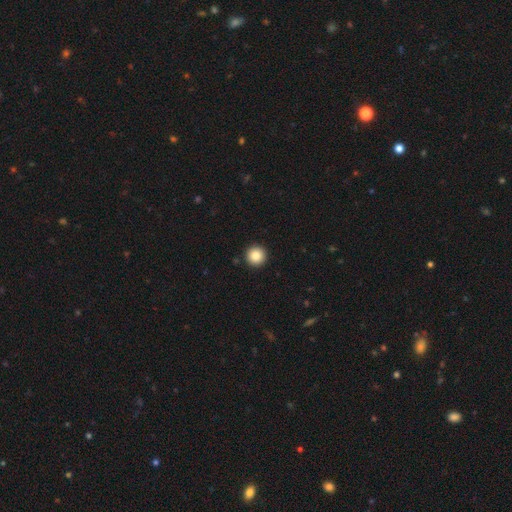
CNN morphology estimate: Smooth or featured? smooth (86%)
How rounded? round (96%)
Merging? none (93%)